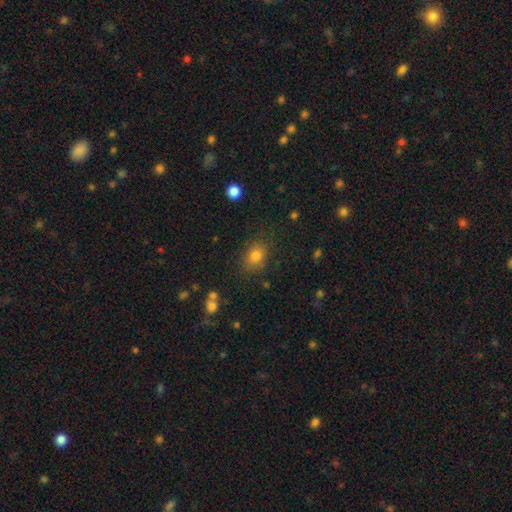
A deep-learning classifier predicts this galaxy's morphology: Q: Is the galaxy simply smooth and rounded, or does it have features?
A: smooth — 80%.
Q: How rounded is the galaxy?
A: in between — 66%.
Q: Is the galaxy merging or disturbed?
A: none — 80%.